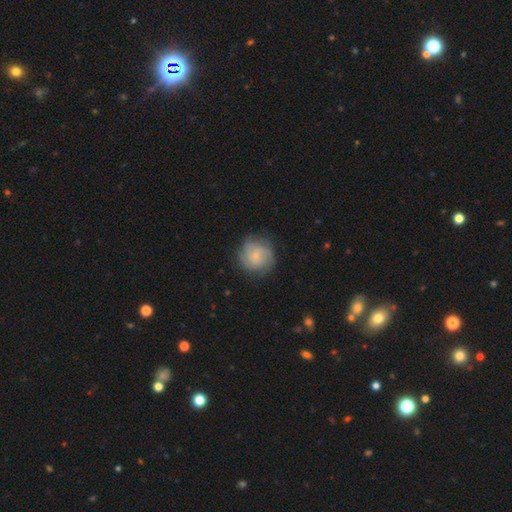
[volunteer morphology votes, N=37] smooth-or-featured: featured or disk: 70% | smooth: 24% | star or artifact: 5%
  disk-edge-on: no: 100% | yes: 0%
    bar: no: 69% | weak: 31% | strong: 0%
    has-spiral-arms: yes: 85% | no: 15%
      spiral-winding: tight: 68% | medium: 23% | loose: 9%
      spiral-arm-count: 3: 55% | can't tell: 32% | 4: 9% | 2: 5% | 1: 0% | more than 4: 0%
    bulge-size: small: 58% | moderate: 23% | none: 15% | large: 4% | dominant: 0%
  merging: none: 83% | minor disturbance: 11% | major disturbance: 6% | merger: 0%